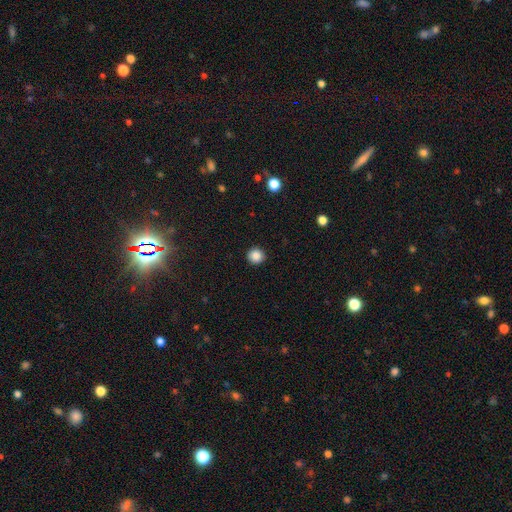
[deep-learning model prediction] Smooth or featured?
  - smooth: 87% *
  - star or artifact: 10%
  - featured or disk: 3%
How rounded?
  - round: 95% *
  - in between: 4%
  - cigar-shaped: 1%
Merging?
  - none: 92% *
  - minor disturbance: 5%
  - major disturbance: 2%
  - merger: 1%